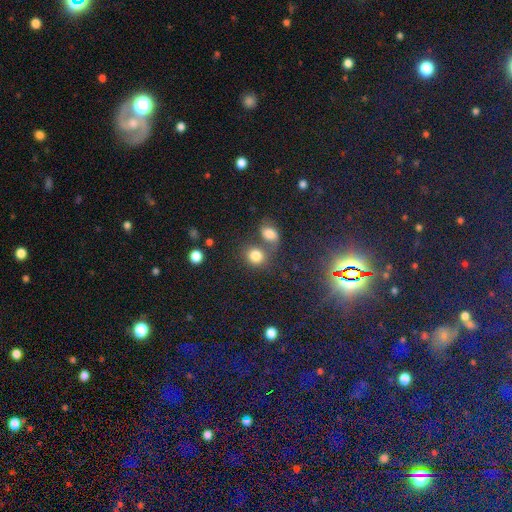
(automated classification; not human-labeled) A smooth galaxy with no disk features (79%) that is round (71%). Merging: none (49%).